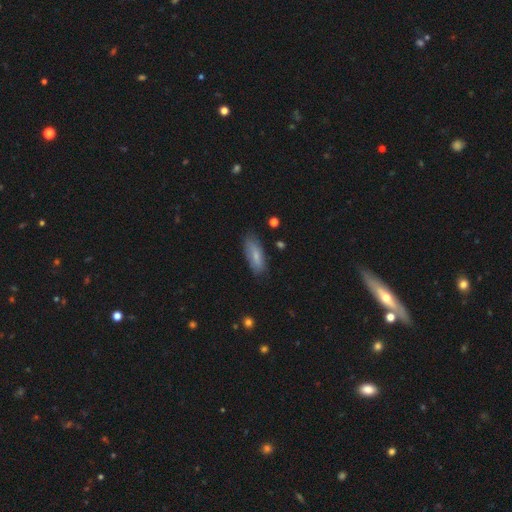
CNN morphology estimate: A smooth galaxy with no disk features (73%) that is in between round and cigar-shaped (70%). Merging: none (75%).